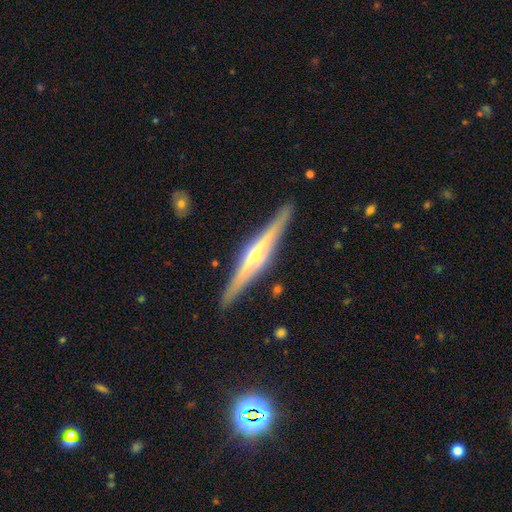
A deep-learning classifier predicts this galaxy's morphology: Smooth or featured?
  - featured or disk: 81% *
  - smooth: 13%
  - star or artifact: 5%
Edge-on disk?
  - yes: 98% *
  - no: 2%
Edge-on bulge?
  - rounded: 84% *
  - boxy: 8%
  - none: 7%
Merging?
  - none: 90% *
  - minor disturbance: 7%
  - major disturbance: 2%
  - merger: 1%